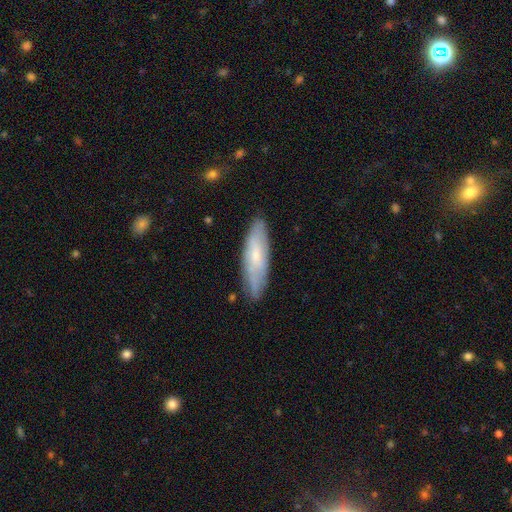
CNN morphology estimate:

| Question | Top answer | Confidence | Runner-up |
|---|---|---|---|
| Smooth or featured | smooth | 52% | featured or disk (42%) |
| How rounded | cigar-shaped | 60% | in between (39%) |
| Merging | none | 79% | minor disturbance (16%) |